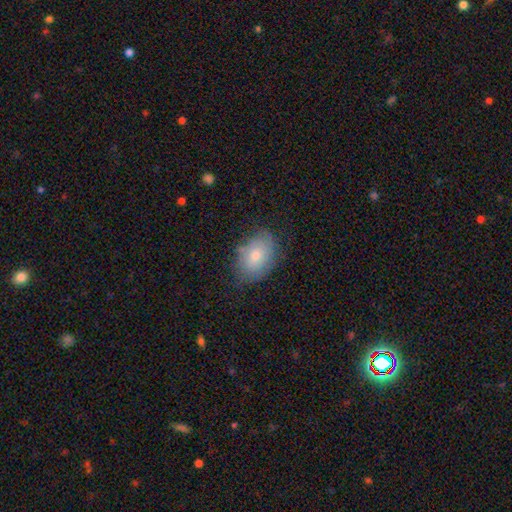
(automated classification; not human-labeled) A smooth galaxy with no disk features (70%) that is in between round and cigar-shaped (84%).

Vote fractions:
- Smooth or featured? smooth: 70% / featured or disk: 22% / star or artifact: 7%
- How rounded? in between: 84% / round: 15% / cigar-shaped: 1%
- Merging? none: 68% / minor disturbance: 25% / major disturbance: 6% / merger: 2%